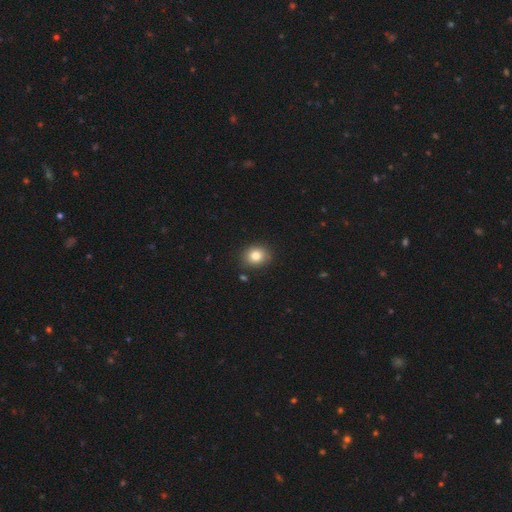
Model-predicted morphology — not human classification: smooth 82%, star or artifact 11%, featured or disk 7%. Down the decision tree: how rounded — round (71%); merging — none (87%).